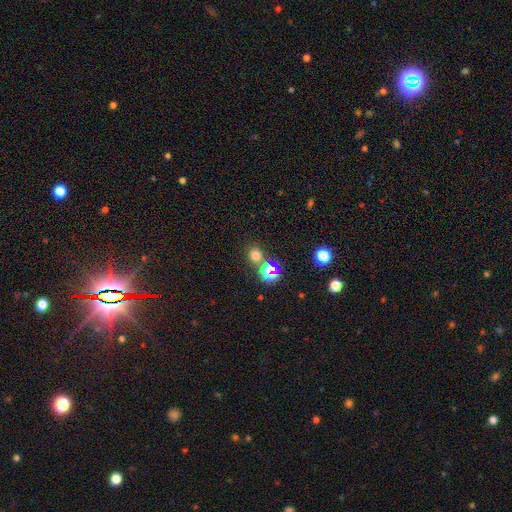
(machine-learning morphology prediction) Smooth or featured? smooth (65%)
How rounded? round (85%)
Merging? none (73%)